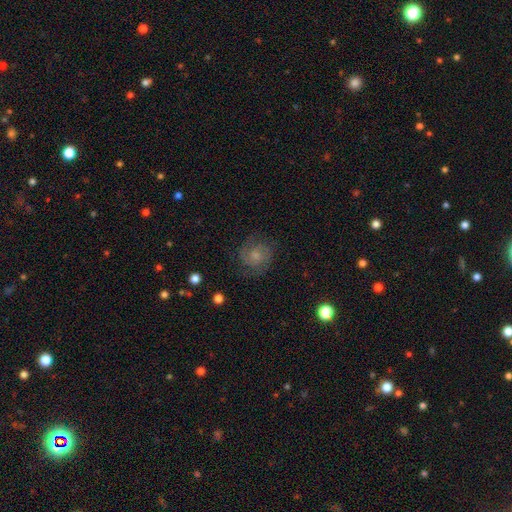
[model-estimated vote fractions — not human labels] smooth-or-featured: featured or disk: 60% | smooth: 30% | star or artifact: 10%
  disk-edge-on: no: 98% | yes: 2%
    bar: no: 71% | weak: 26% | strong: 4%
    has-spiral-arms: yes: 92% | no: 8%
      spiral-winding: tight: 45% | medium: 42% | loose: 13%
      spiral-arm-count: 2: 64% | can't tell: 17% | 3: 10% | 1: 4% | 4: 3% | more than 4: 3%
    bulge-size: small: 43% | moderate: 34% | none: 17% | large: 5% | dominant: 2%
  merging: none: 76% | minor disturbance: 15% | major disturbance: 8% | merger: 1%